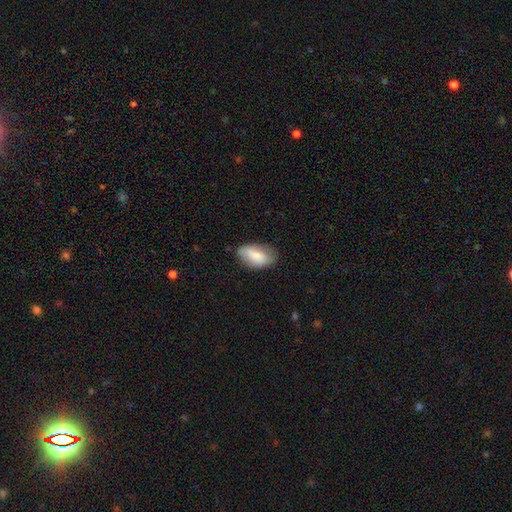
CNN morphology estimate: Q: Smooth or featured?
A: smooth (75%); runner-up: featured or disk (18%)
Q: How rounded?
A: in between (93%); runner-up: round (4%)
Q: Merging?
A: none (68%); runner-up: minor disturbance (25%)